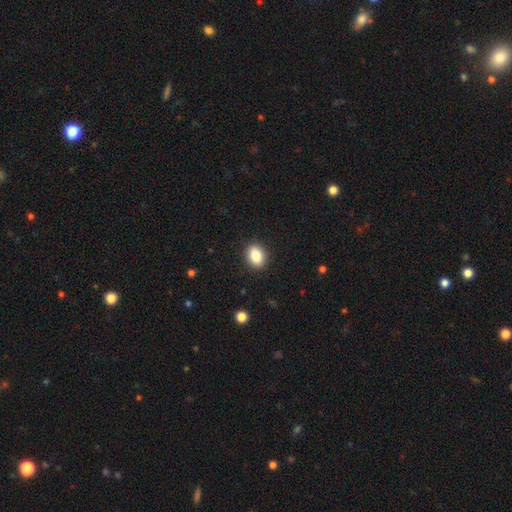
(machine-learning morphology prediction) Smooth or featured: smooth — 85% (star or artifact — 8%)
How rounded: in between — 72% (round — 27%)
Merging: none — 90% (minor disturbance — 7%)